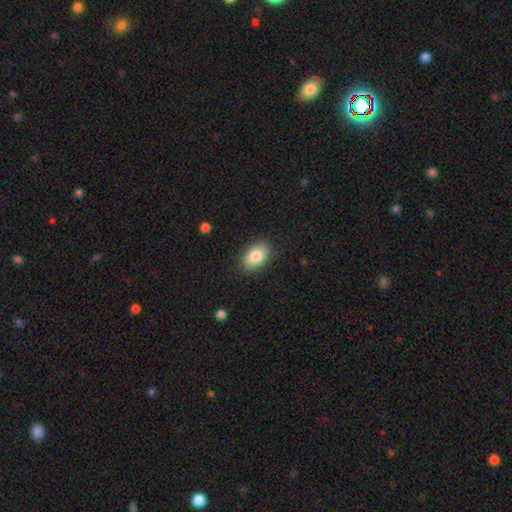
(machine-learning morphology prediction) Overall: smooth (84%). How rounded: in between (90%). Merging: none (85%).